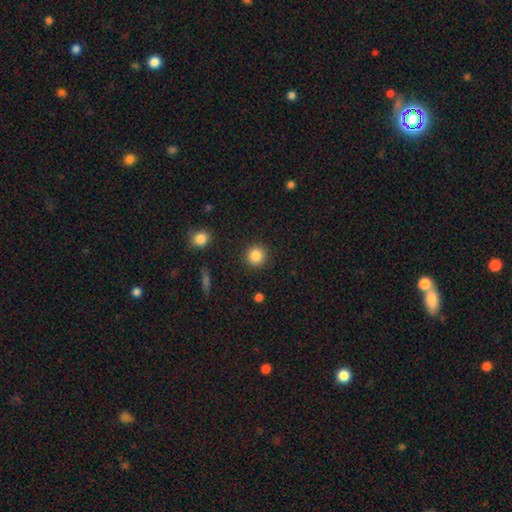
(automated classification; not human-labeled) Smooth or featured: smooth — 86% (star or artifact — 10%)
How rounded: round — 94% (in between — 5%)
Merging: none — 91% (minor disturbance — 6%)